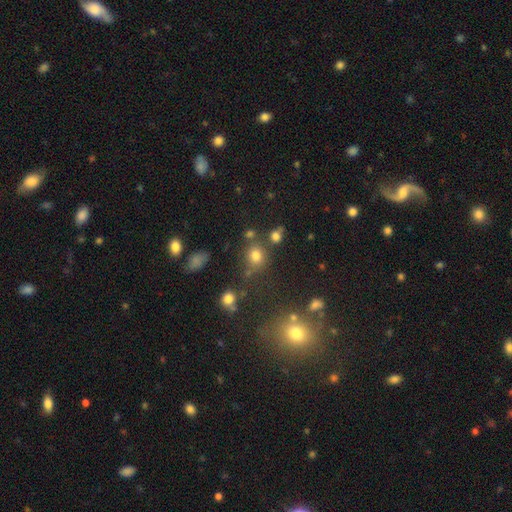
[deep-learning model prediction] Overall: smooth (74%). How rounded: round (72%). Merging: none (67%).